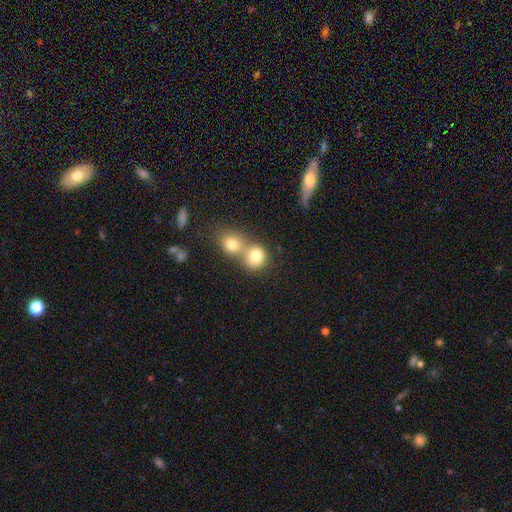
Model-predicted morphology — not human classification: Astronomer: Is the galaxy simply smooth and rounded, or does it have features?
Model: smooth — 79%.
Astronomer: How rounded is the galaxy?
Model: round — 81%.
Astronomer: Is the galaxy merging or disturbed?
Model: merger — 52% (runner-up: none, 39%).